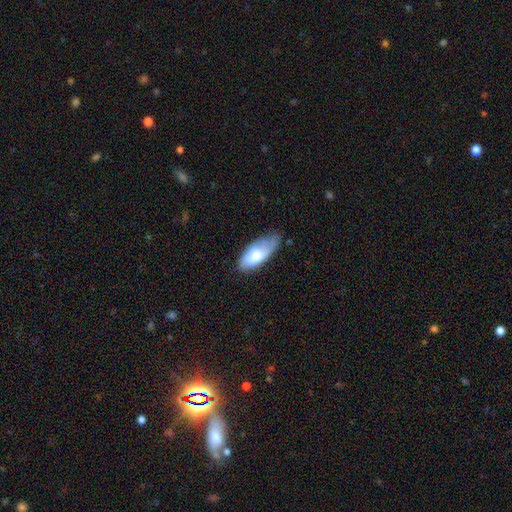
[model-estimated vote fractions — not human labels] This is likely a smooth galaxy (73%). How rounded: clearly in between (83%). Merging: possibly none (45%).